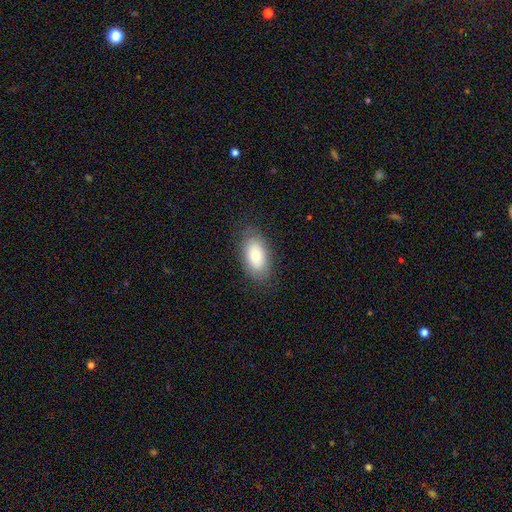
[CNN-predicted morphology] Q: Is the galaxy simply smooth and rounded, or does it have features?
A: smooth — 78%.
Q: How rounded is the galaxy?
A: in between — 93%.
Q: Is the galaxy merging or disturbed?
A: none — 82%.